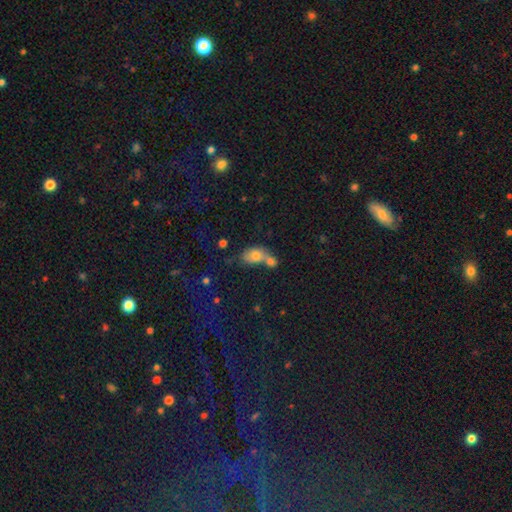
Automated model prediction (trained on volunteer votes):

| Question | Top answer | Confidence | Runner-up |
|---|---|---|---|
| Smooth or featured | smooth | 71% | featured or disk (17%) |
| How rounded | in between | 77% | round (21%) |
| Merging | merger | 59% | none (24%) |